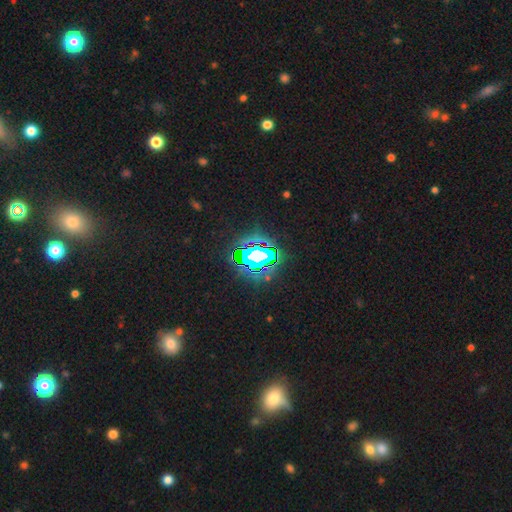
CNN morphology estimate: Smooth or featured? Predicted: star or artifact (p=0.69).